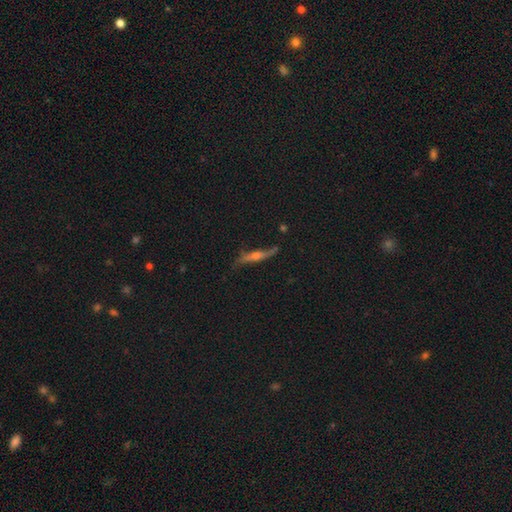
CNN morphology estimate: A featured or disk galaxy (70%) viewed edge-on (83%) with a rounded central bulge (83%).

Vote fractions:
- Smooth or featured? featured or disk: 70% / smooth: 21% / star or artifact: 9%
- Edge-on disk? yes: 83% / no: 17%
- Edge-on bulge? rounded: 83% / none: 11% / boxy: 6%
- Merging? none: 70% / minor disturbance: 21% / major disturbance: 7% / merger: 3%